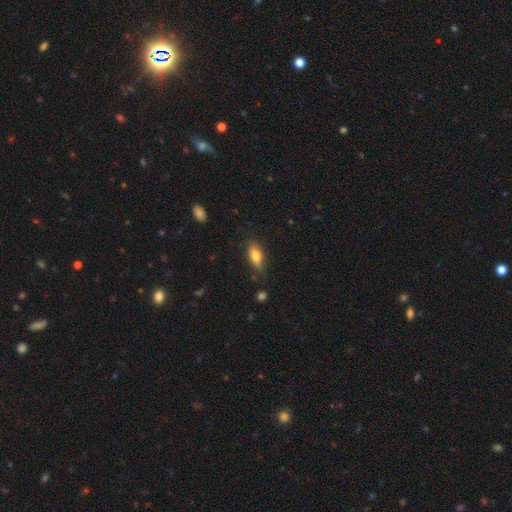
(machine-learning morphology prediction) type=smooth (76%); roundness=in between (77%); merging=none (70%).